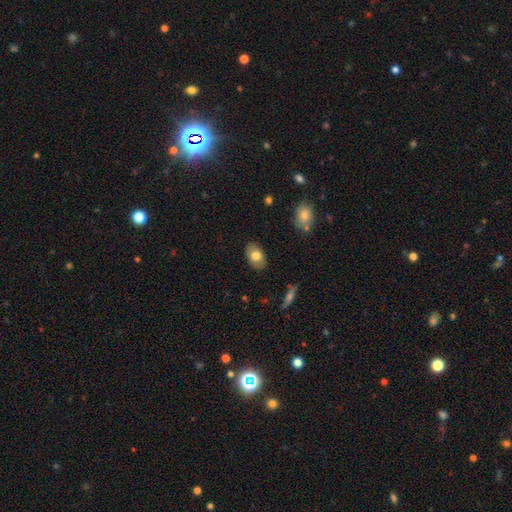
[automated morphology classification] This is likely a smooth galaxy (74%). How rounded: clearly in between (91%). Merging: clearly none (86%).